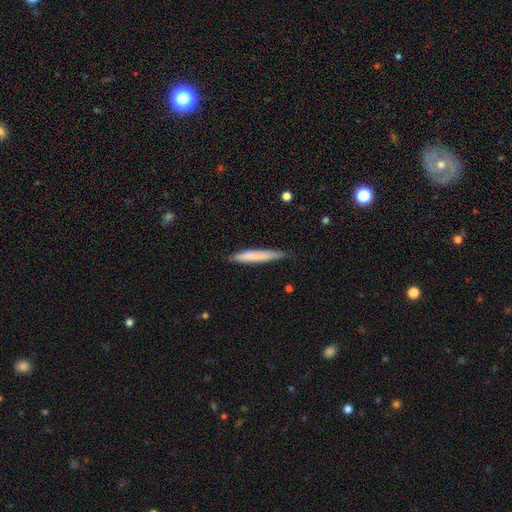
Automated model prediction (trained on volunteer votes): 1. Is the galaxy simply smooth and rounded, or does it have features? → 68% smooth, 26% featured or disk, 7% star or artifact.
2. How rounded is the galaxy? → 96% cigar-shaped, 3% in between, 1% round.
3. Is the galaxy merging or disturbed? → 86% none, 11% minor disturbance, 2% major disturbance, 1% merger.